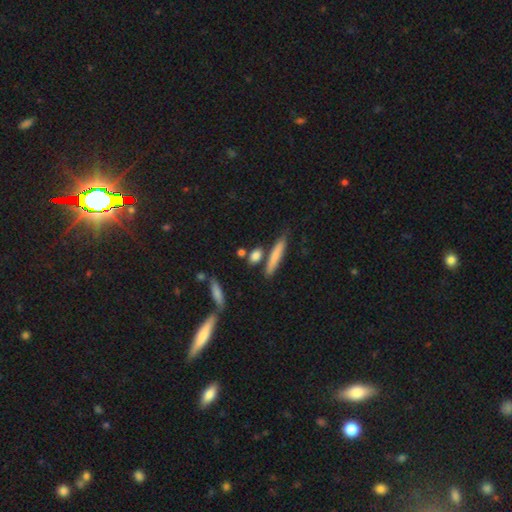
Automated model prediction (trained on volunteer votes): The model was most divided on "how rounded": cigar-shaped: 54%, in between: 26%, round: 20%. More confident: smooth or featured — smooth (78%); merging — none (76%).